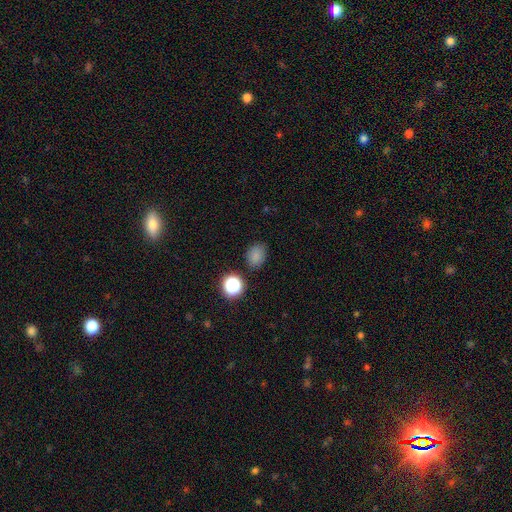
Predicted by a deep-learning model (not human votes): Overall: smooth (78%). How rounded: round (54%; in between 45%). Merging: none (81%).